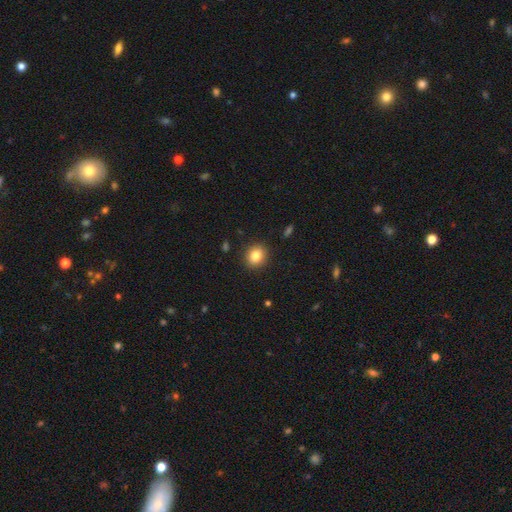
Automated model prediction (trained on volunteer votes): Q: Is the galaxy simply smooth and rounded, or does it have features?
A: smooth — 84%.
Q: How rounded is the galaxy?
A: round — 76%.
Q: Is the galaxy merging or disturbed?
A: none — 91%.